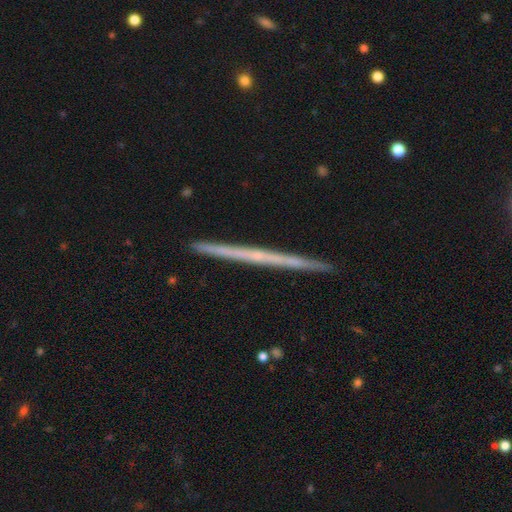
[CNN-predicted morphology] This is likely a featured or disk galaxy (64%). It is clearly viewed edge-on (98%). Edge-on bulge: clearly none (87%). Merging: clearly none (92%).